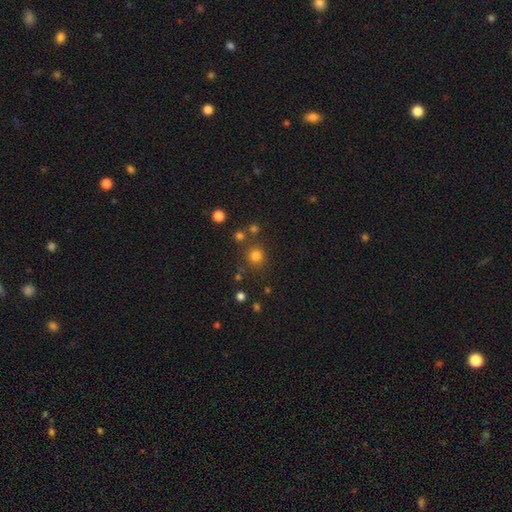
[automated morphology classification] This appears to be a smooth galaxy with no disk features (78%) that is round (92%). Merging: none (80%).